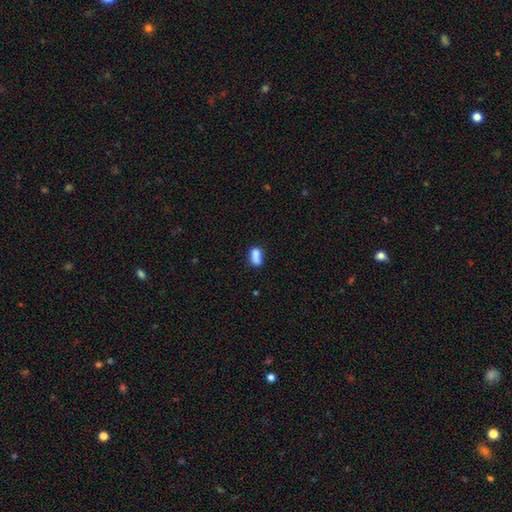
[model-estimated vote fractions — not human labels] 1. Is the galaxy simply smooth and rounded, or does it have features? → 81% smooth, 10% featured or disk, 9% star or artifact.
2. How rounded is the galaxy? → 84% in between, 12% round, 4% cigar-shaped.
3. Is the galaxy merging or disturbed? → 49% none, 23% minor disturbance, 21% merger, 7% major disturbance.